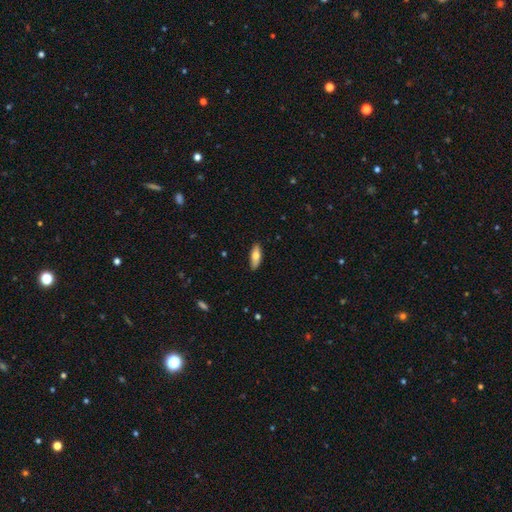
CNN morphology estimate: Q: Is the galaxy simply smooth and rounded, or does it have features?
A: smooth — 71%.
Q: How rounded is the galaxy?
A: in between — 62%.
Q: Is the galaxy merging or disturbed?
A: none — 88%.